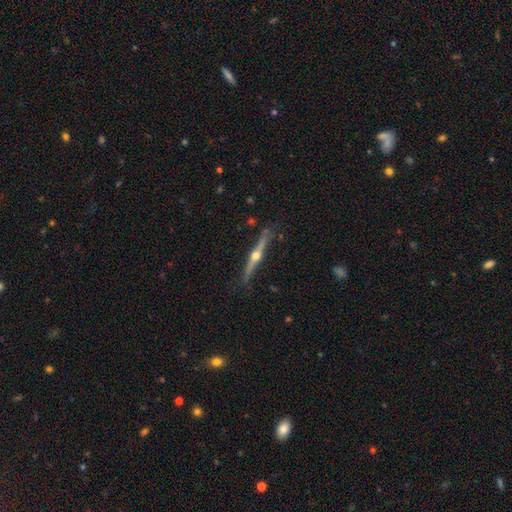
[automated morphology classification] type=featured or disk (78%); edge-on=yes (98%); edge-on bulge=rounded (95%); merging=none (82%).